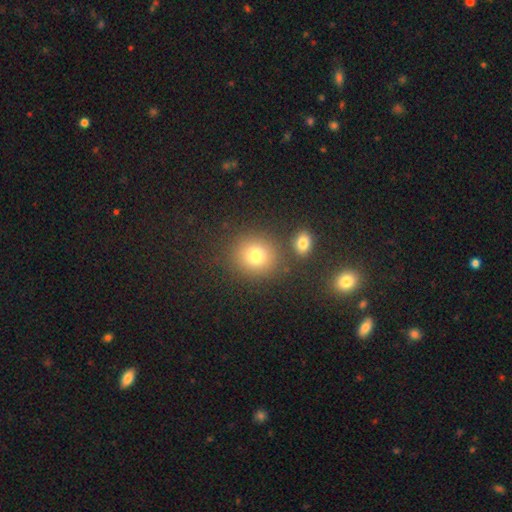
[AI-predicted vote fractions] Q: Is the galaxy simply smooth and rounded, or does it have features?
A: smooth — 78%.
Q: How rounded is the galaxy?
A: round — 83%.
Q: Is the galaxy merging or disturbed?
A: none — 78%.